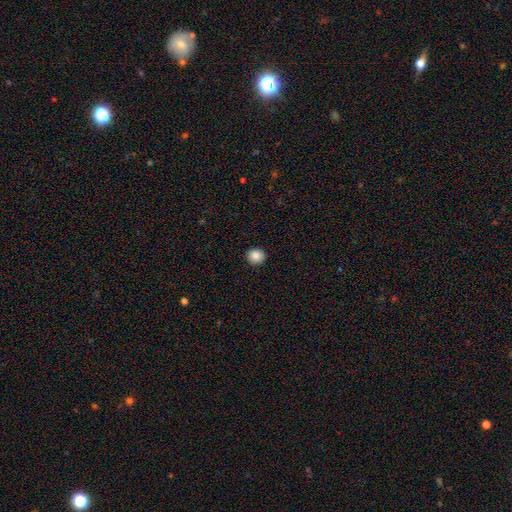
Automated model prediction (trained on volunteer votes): Q: Smooth or featured?
A: smooth (86%); runner-up: star or artifact (9%)
Q: How rounded?
A: round (83%); runner-up: in between (16%)
Q: Merging?
A: none (92%); runner-up: minor disturbance (5%)